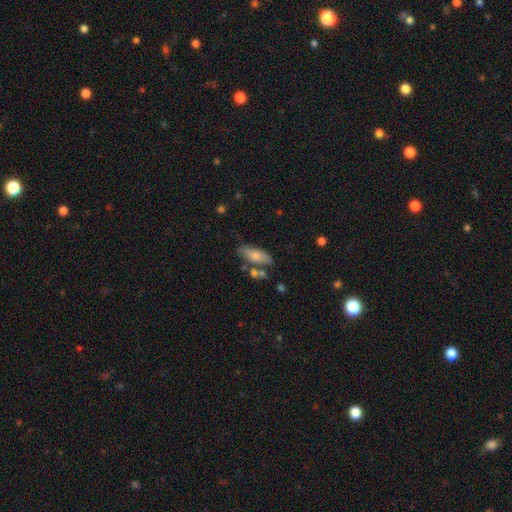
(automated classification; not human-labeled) A smooth galaxy with no disk features (72%) that is in between round and cigar-shaped (70%).

Vote fractions:
- Smooth or featured? smooth: 72% / featured or disk: 21% / star or artifact: 7%
- How rounded? in between: 70% / cigar-shaped: 27% / round: 3%
- Merging? none: 66% / minor disturbance: 18% / merger: 12% / major disturbance: 5%